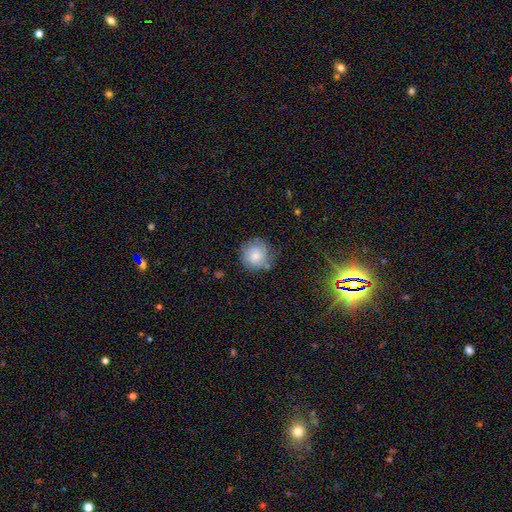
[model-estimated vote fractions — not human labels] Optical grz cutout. It shows a smooth galaxy with no disk features (65%) that is round (89%). Merging: none (63%).